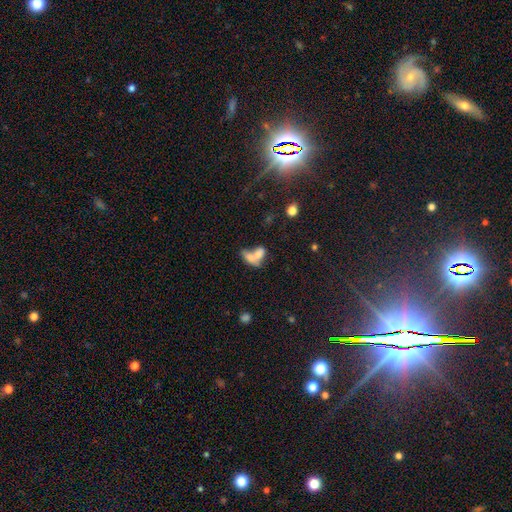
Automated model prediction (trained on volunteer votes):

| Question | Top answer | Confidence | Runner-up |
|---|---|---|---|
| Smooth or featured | smooth | 68% | featured or disk (21%) |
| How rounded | in between | 75% | round (16%) |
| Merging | merger | 66% | none (20%) |